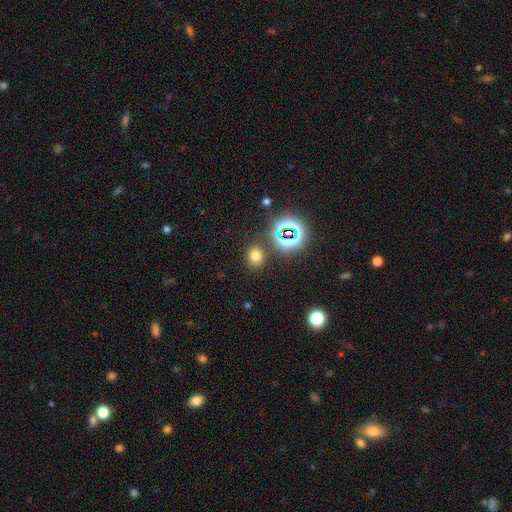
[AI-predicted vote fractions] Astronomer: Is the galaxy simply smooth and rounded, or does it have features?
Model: smooth — 66%.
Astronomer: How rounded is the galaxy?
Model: round — 63%.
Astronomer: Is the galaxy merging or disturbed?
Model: none — 82%.